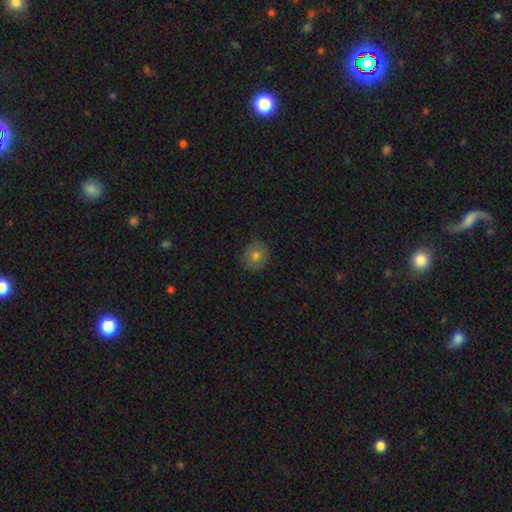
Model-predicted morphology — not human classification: type=smooth (75%); roundness=round (83%); merging=none (85%).